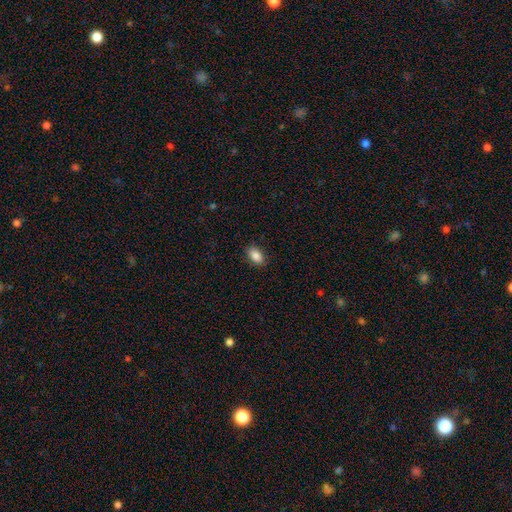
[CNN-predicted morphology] smooth-or-featured: smooth: 88% | star or artifact: 8% | featured or disk: 5%
  how-rounded: in between: 91% | round: 7% | cigar-shaped: 2%
  merging: none: 87% | minor disturbance: 10% | major disturbance: 2% | merger: 1%